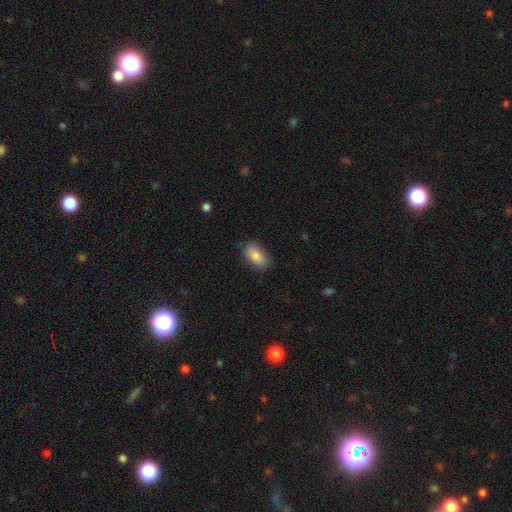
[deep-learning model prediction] Smooth or featured? Predicted: smooth (p=0.85). How rounded? Predicted: in between (p=0.91). Merging? Predicted: none (p=0.81).